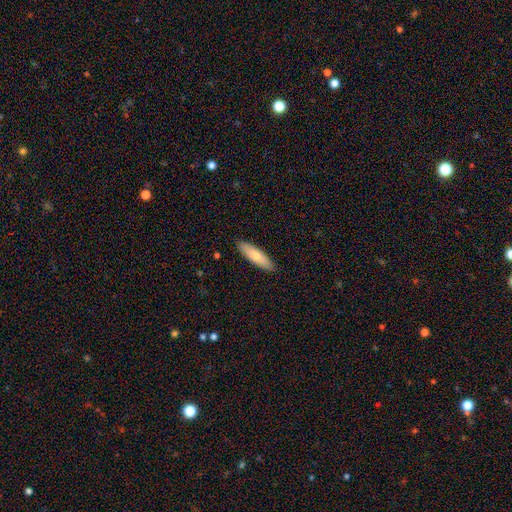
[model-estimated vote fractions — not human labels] smooth-or-featured: smooth: 73% | featured or disk: 22% | star or artifact: 5%
  how-rounded: cigar-shaped: 60% | in between: 38% | round: 2%
  merging: none: 90% | minor disturbance: 8% | major disturbance: 1% | merger: 1%